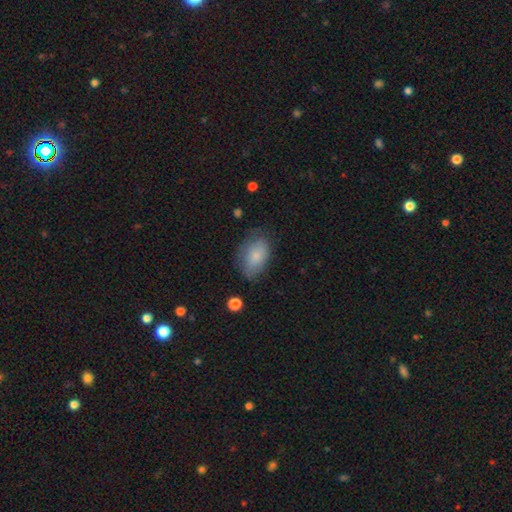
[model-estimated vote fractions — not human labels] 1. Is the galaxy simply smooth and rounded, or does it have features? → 80% smooth, 12% featured or disk, 7% star or artifact.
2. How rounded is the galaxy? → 88% in between, 10% round, 2% cigar-shaped.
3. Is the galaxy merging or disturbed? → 66% none, 25% minor disturbance, 7% major disturbance, 2% merger.